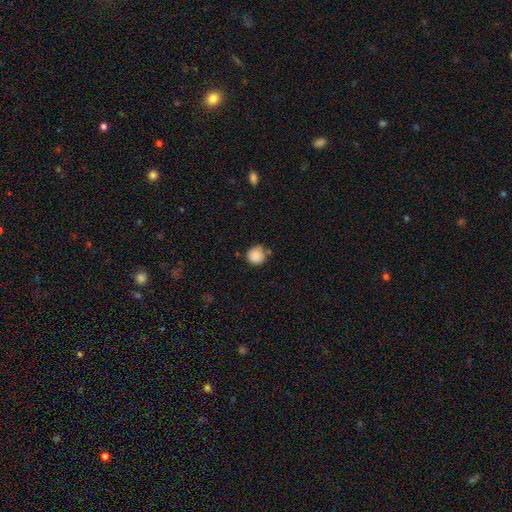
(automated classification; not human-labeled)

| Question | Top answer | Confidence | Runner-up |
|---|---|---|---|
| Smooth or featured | smooth | 87% | star or artifact (9%) |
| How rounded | round | 92% | in between (7%) |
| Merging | none | 68% | minor disturbance (20%) |